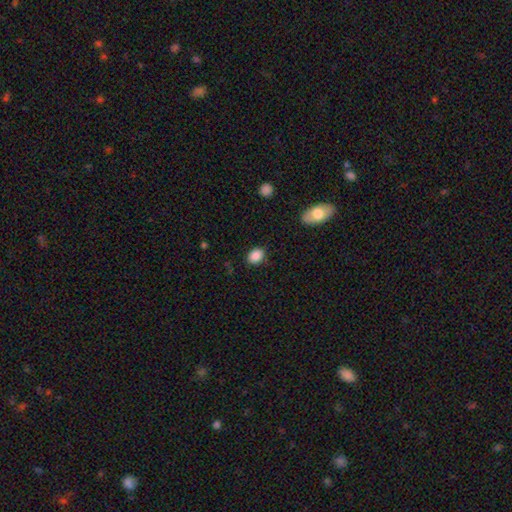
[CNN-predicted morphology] The model was most divided on "how rounded": in between: 64%, round: 34%, cigar-shaped: 1%. More confident: smooth or featured — smooth (88%); merging — none (85%).